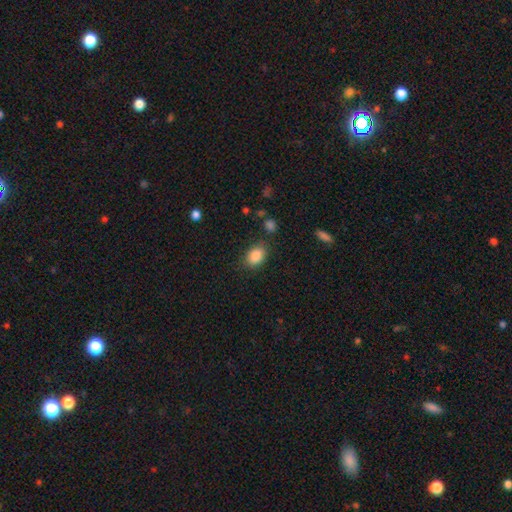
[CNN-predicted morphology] This is clearly a smooth galaxy (86%). How rounded: likely in between (79%). Merging: clearly none (80%).